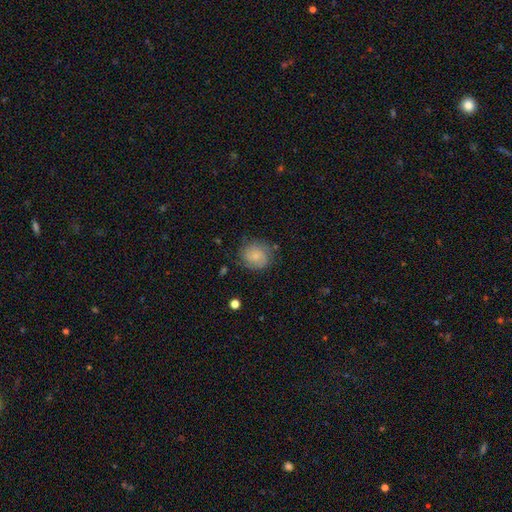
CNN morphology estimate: smooth_or_featured: smooth (p=0.58) [alt: featured or disk p=0.34]
how_rounded: round (p=0.79) [alt: in between p=0.20]
merging: none (p=0.71) [alt: minor disturbance p=0.20]